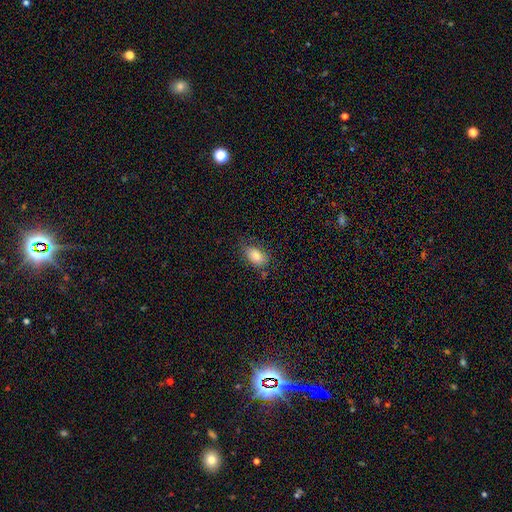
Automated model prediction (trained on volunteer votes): Smooth or featured? smooth (83%)
How rounded? in between (89%)
Merging? none (68%)